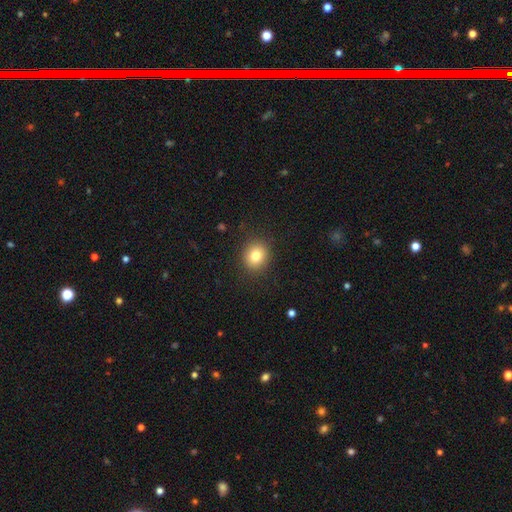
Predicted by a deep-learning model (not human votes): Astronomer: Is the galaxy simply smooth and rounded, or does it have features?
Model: smooth — 81%.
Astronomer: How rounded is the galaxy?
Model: round — 76%.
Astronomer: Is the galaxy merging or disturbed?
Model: none — 89%.